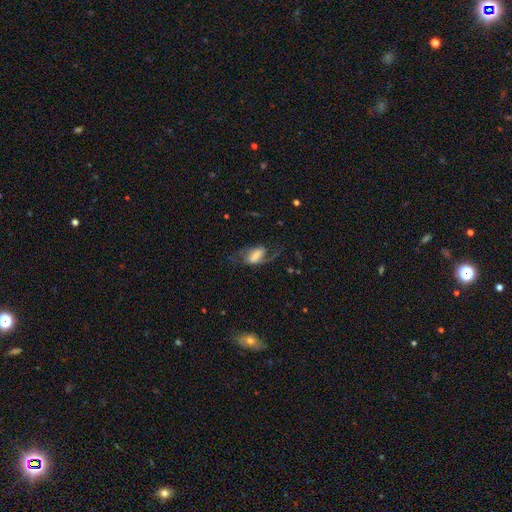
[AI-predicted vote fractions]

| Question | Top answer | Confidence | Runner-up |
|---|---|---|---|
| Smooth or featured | featured or disk | 68% | smooth (24%) |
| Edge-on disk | no | 95% | yes (5%) |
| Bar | weak | 40% | strong (37%) |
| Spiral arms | yes | 89% | no (11%) |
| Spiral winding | loose | 60% | medium (32%) |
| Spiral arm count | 2 | 84% | 1 (9%) |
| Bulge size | none | 26% | large (25%) |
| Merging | none | 52% | major disturbance (28%) |